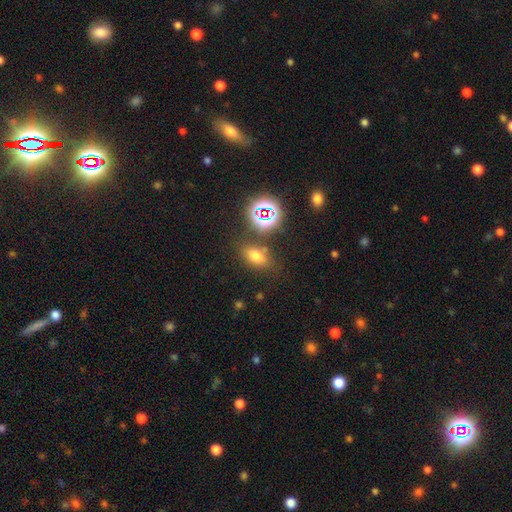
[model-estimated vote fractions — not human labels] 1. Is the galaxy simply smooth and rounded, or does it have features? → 64% smooth, 24% star or artifact, 11% featured or disk.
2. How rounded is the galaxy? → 76% in between, 18% round, 5% cigar-shaped.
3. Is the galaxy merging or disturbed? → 72% none, 13% minor disturbance, 10% merger, 5% major disturbance.